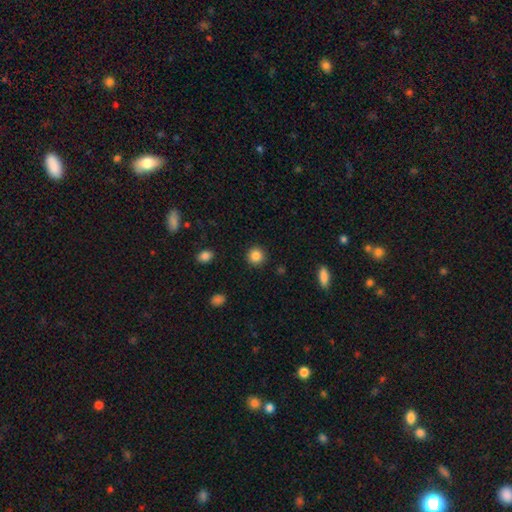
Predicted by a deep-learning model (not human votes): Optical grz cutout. It shows a smooth galaxy with no disk features (86%) that is round (92%). Merging: none (91%).